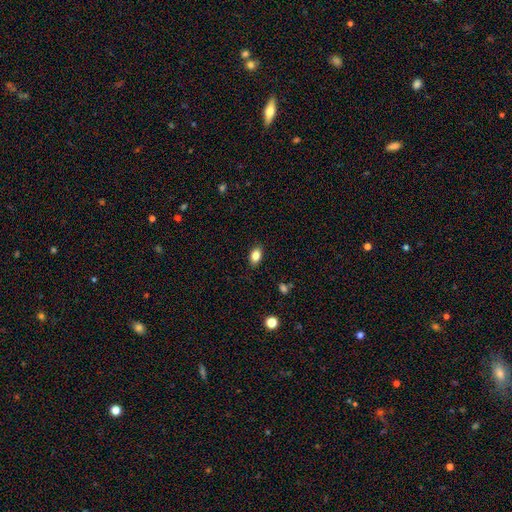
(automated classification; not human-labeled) A smooth galaxy with no disk features (84%) that is in between round and cigar-shaped (85%). Merging: none (87%).